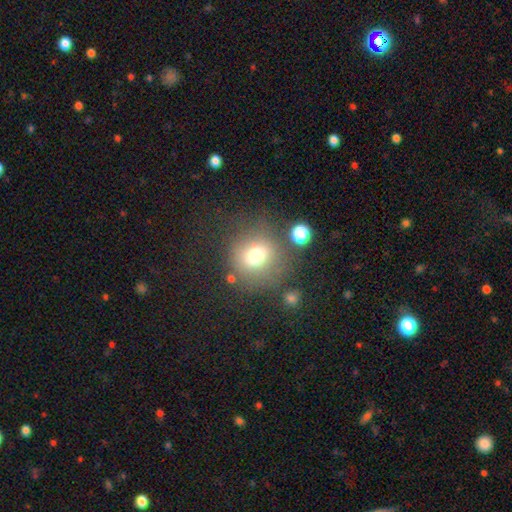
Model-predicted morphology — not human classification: smooth 72%, star or artifact 15%, featured or disk 14%. Down the decision tree: how rounded — round (84%); merging — none (70%).